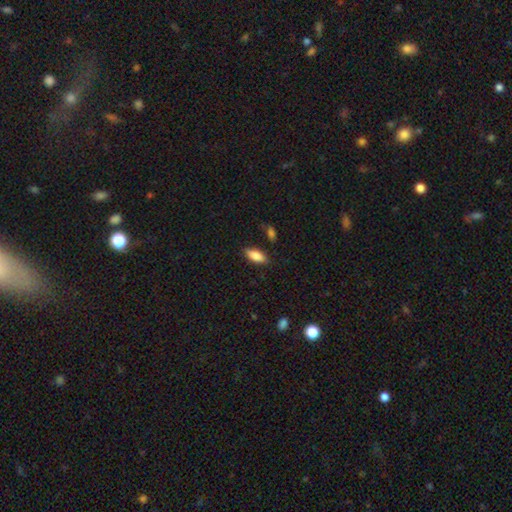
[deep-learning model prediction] Overall: smooth (86%). How rounded: in between (85%). Merging: none (80%).